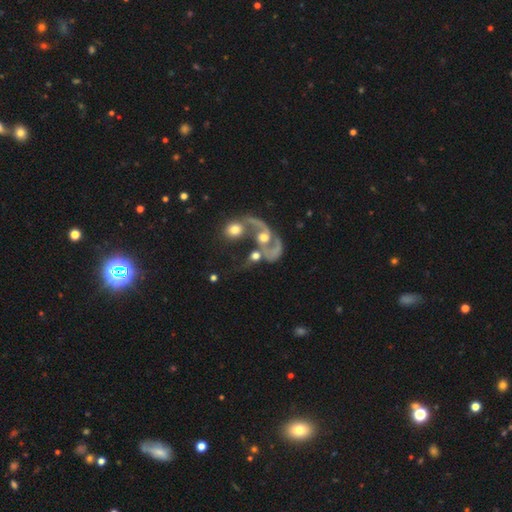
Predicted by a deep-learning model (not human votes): smooth_or_featured: featured or disk (p=0.65) [alt: smooth p=0.26]
disk_edge_on: no (p=0.97) [alt: yes p=0.03]
bar: no (p=0.71) [alt: weak p=0.22]
has_spiral_arms: yes (p=0.75) [alt: no p=0.25]
bulge_size: moderate (p=0.56) [alt: small p=0.19]
merging: merger (p=0.57) [alt: major disturbance p=0.20]